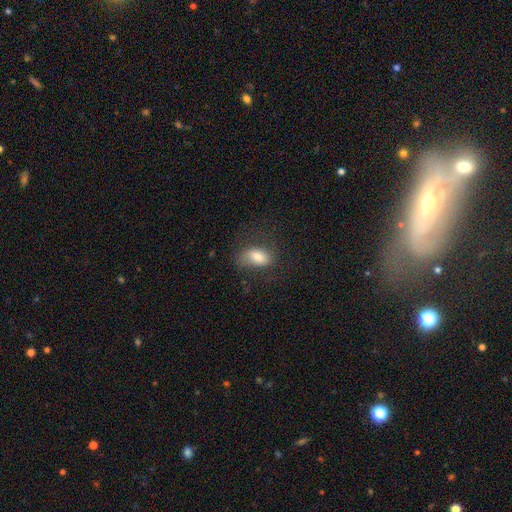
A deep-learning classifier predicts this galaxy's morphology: smooth-or-featured: smooth: 72% | featured or disk: 19% | star or artifact: 9%
  how-rounded: in between: 87% | round: 10% | cigar-shaped: 3%
  merging: none: 62% | minor disturbance: 23% | major disturbance: 14% | merger: 2%